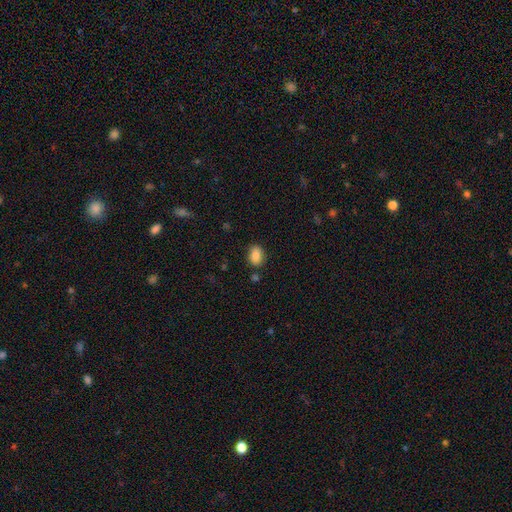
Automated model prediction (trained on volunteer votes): This is clearly a smooth galaxy (86%). How rounded: likely in between (74%). Merging: clearly none (81%).